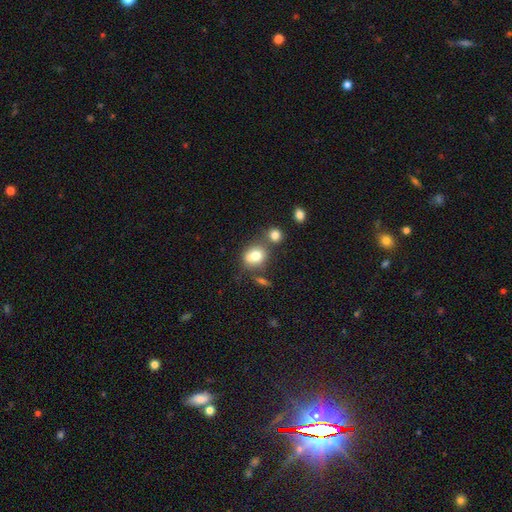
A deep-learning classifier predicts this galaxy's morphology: smooth 78%, featured or disk 12%, star or artifact 10%. Down the decision tree: how rounded — round (58%); merging — none (53%).